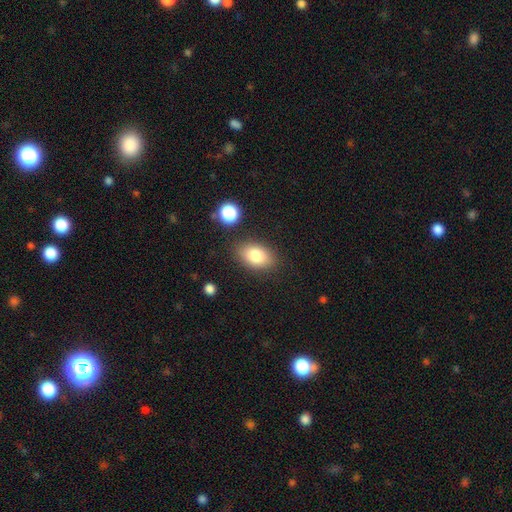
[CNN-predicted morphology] Smooth or featured: smooth — 80% (featured or disk — 11%)
How rounded: in between — 86% (round — 13%)
Merging: none — 83% (minor disturbance — 11%)